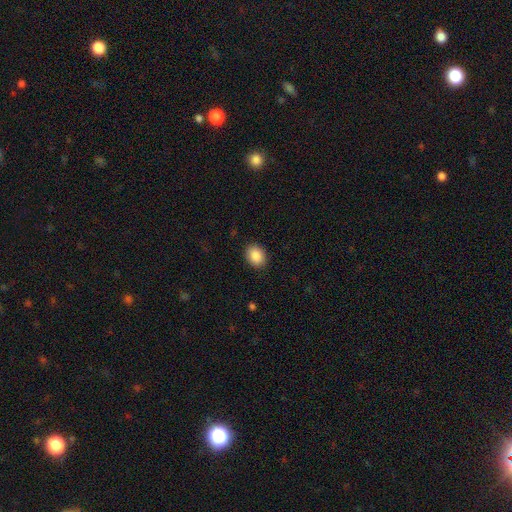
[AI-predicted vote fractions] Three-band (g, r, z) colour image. It shows a smooth galaxy with no disk features (88%) that is in between round and cigar-shaped (54%). Merging: none (89%).